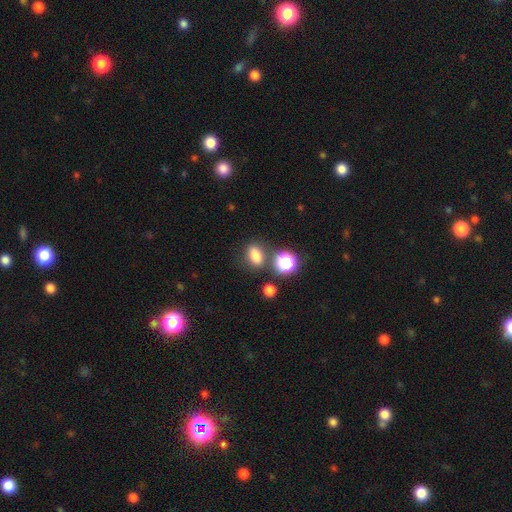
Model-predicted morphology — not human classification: This is likely a smooth galaxy (78%). How rounded: likely in between (71%). Merging: likely none (73%).